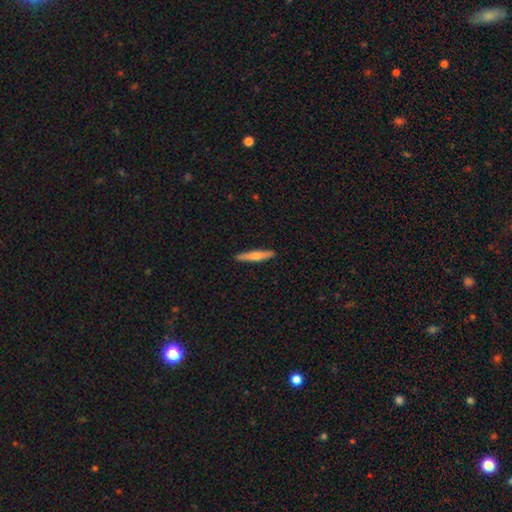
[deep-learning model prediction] smooth 65%, featured or disk 30%, star or artifact 5%. Down the decision tree: how rounded — cigar-shaped (91%); merging — none (91%).